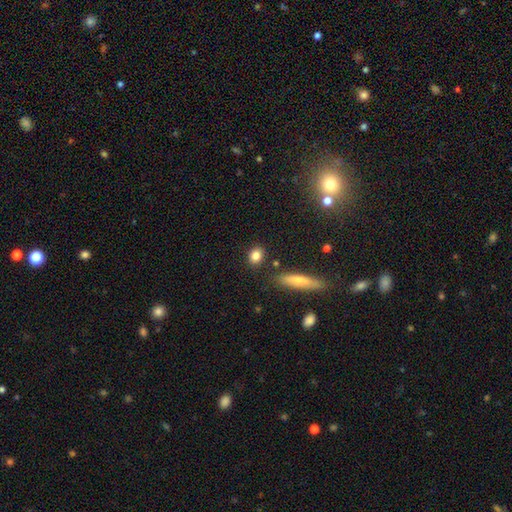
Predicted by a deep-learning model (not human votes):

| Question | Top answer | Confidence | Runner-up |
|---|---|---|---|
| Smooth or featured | smooth | 82% | star or artifact (10%) |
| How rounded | round | 52% | in between (43%) |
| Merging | none | 83% | minor disturbance (9%) |